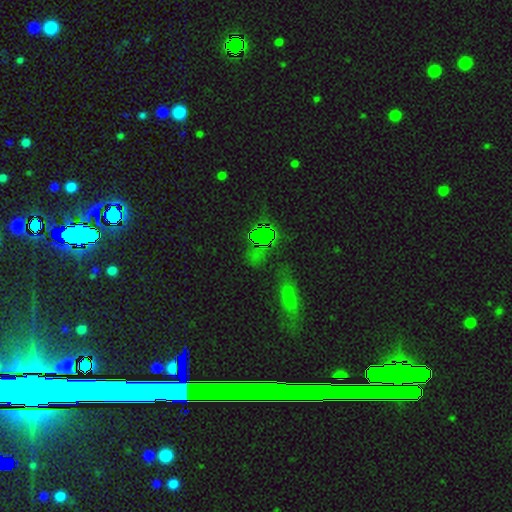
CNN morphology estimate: Overall: star or artifact (63%; smooth 27%).